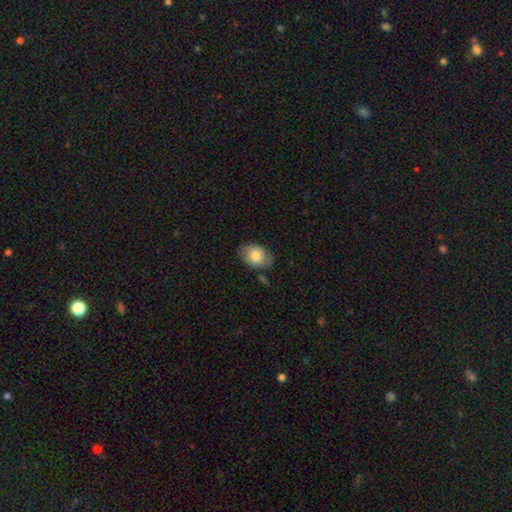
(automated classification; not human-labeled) Overall: smooth (73%). How rounded: in between (74%). Merging: none (66%).